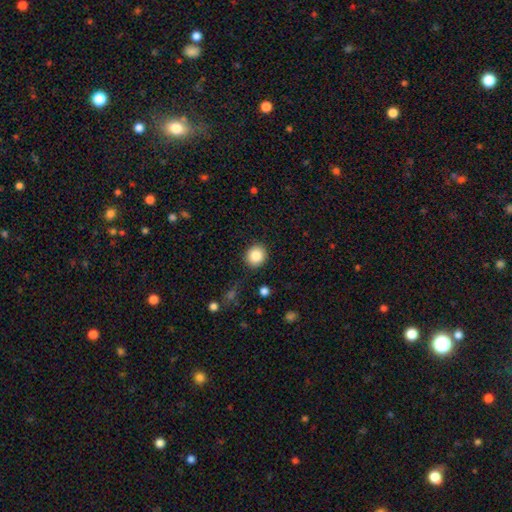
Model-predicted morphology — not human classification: Smooth or featured: smooth — 85% (star or artifact — 9%)
How rounded: round — 86% (in between — 13%)
Merging: none — 89% (minor disturbance — 7%)